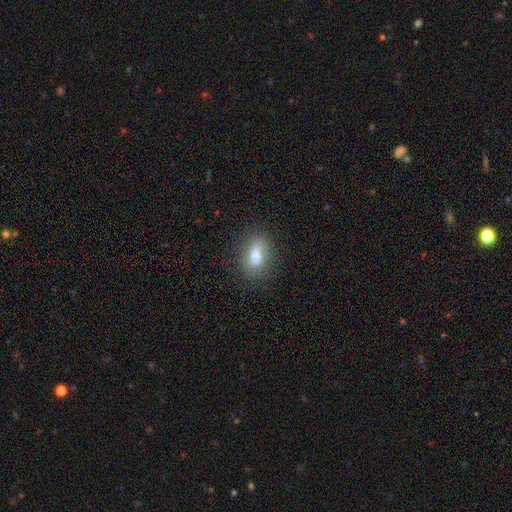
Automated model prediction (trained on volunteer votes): Smooth or featured?
  - smooth: 69% *
  - featured or disk: 22%
  - star or artifact: 9%
How rounded?
  - in between: 80% *
  - round: 13%
  - cigar-shaped: 7%
Merging?
  - none: 80% *
  - minor disturbance: 14%
  - major disturbance: 4%
  - merger: 2%